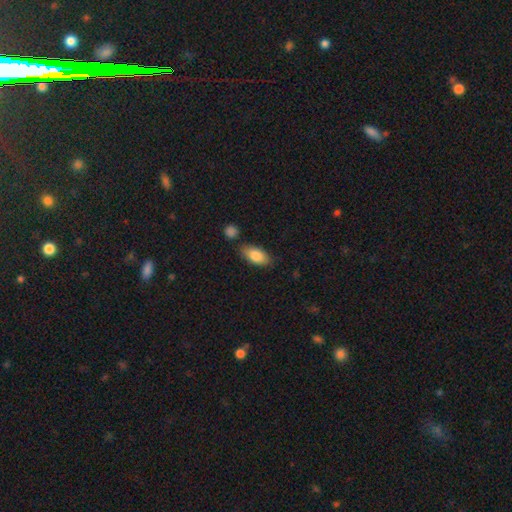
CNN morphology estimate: Smooth or featured: smooth — 84% (featured or disk — 10%)
How rounded: in between — 91% (cigar-shaped — 6%)
Merging: none — 76% (minor disturbance — 15%)